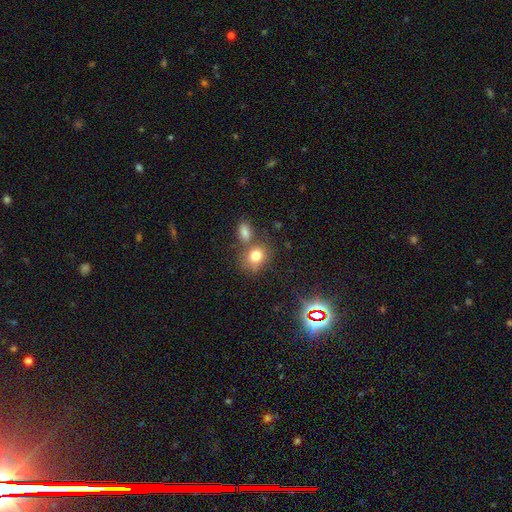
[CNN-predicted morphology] Smooth or featured: smooth — 77% (star or artifact — 13%)
How rounded: round — 56% (in between — 43%)
Merging: none — 53% (merger — 28%)